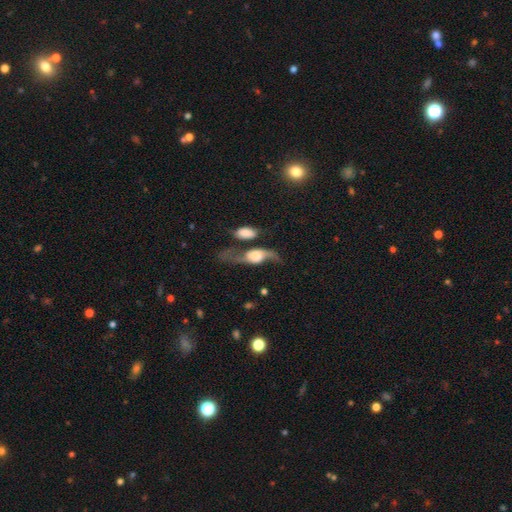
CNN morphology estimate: type=featured or disk (73%); edge-on=no (81%); bar=no (66%); spiral arms=yes (90%); winding=loose (85%); arm count=2 (89%); bulge=large (45%); merging=none (37%).